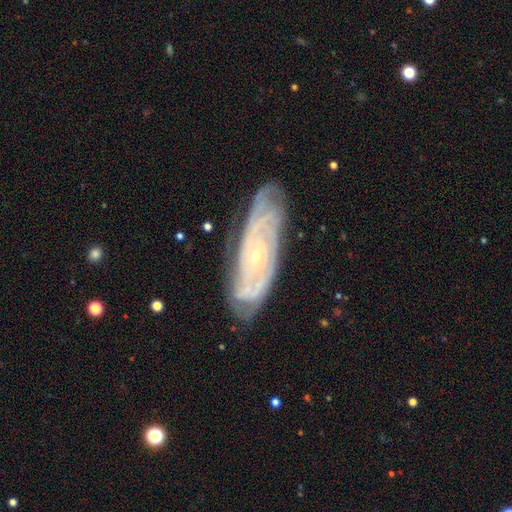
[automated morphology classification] Smooth or featured?
  - featured or disk: 85% *
  - smooth: 9%
  - star or artifact: 7%
Edge-on disk?
  - no: 88% *
  - yes: 12%
Bar?
  - no: 71% *
  - weak: 21%
  - strong: 8%
Spiral arms?
  - yes: 96% *
  - no: 4%
Spiral winding?
  - tight: 74% *
  - medium: 22%
  - loose: 4%
Spiral arm count?
  - can't tell: 33% *
  - 2: 19%
  - 3: 18%
  - 4: 17%
  - more than 4: 8%
  - 1: 6%
Bulge size?
  - small: 86% *
  - moderate: 11%
  - none: 2%
  - large: 1%
  - dominant: 1%
Merging?
  - none: 78% *
  - minor disturbance: 16%
  - major disturbance: 4%
  - merger: 2%